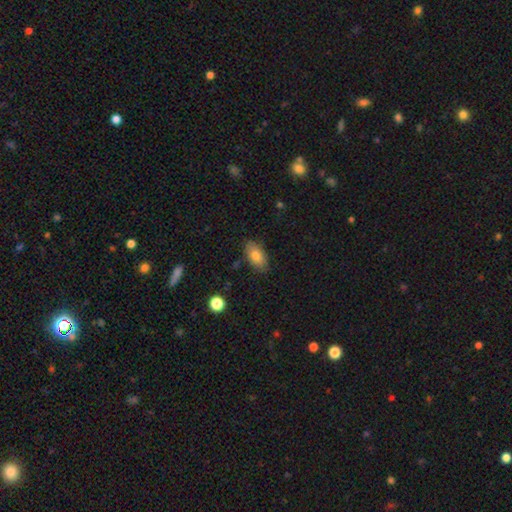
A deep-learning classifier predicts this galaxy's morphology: smooth-or-featured: smooth: 78% | featured or disk: 14% | star or artifact: 8%
  how-rounded: in between: 91% | round: 5% | cigar-shaped: 4%
  merging: none: 83% | minor disturbance: 13% | major disturbance: 3% | merger: 2%